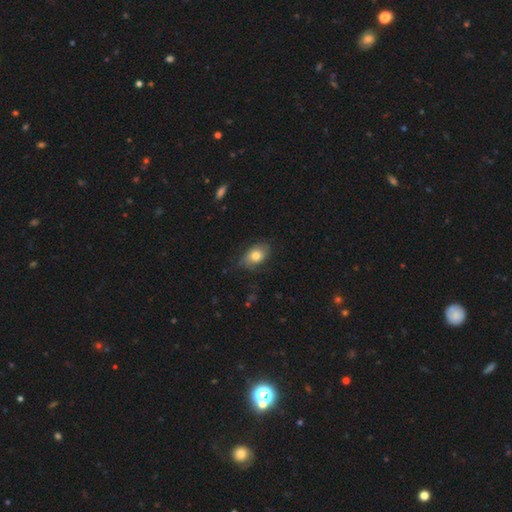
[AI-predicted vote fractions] Q: Smooth or featured?
A: smooth (73%); runner-up: featured or disk (19%)
Q: How rounded?
A: in between (83%); runner-up: round (15%)
Q: Merging?
A: none (70%); runner-up: minor disturbance (23%)